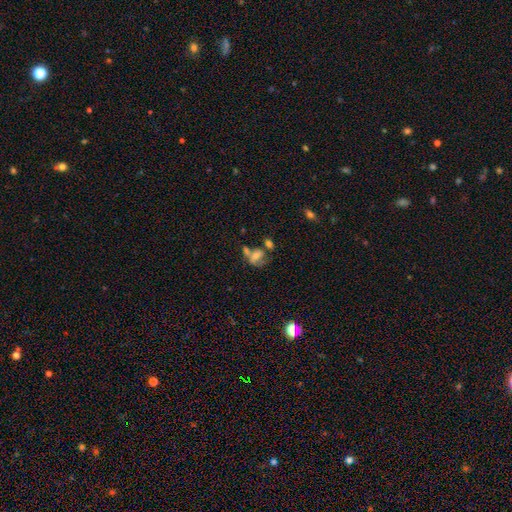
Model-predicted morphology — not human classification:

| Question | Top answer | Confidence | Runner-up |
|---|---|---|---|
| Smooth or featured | smooth | 48% | featured or disk (39%) |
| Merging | merger | 36% | none (27%) |